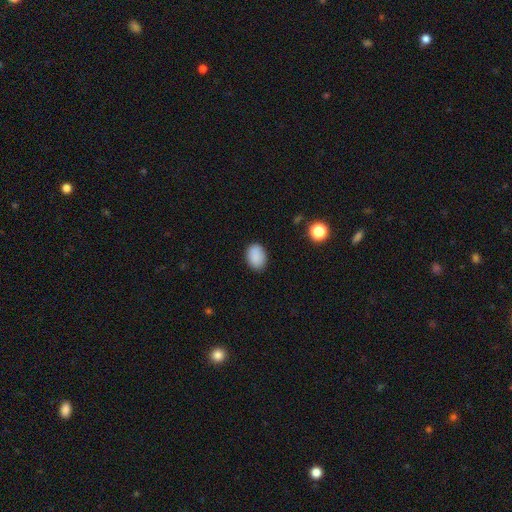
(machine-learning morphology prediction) The model was most divided on "how rounded": in between: 78%, round: 21%, cigar-shaped: 1%. More confident: smooth or featured — smooth (88%); merging — none (84%).